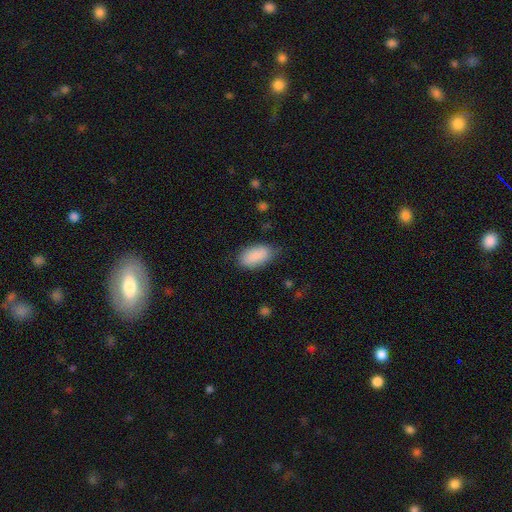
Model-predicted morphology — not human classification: A smooth galaxy with no disk features (88%) that is in between round and cigar-shaped (93%). Merging: none (76%).